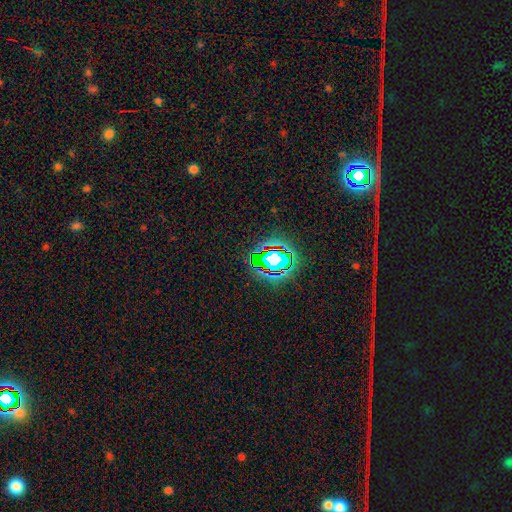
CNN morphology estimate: star or artifact 81%, smooth 11%, featured or disk 8%.